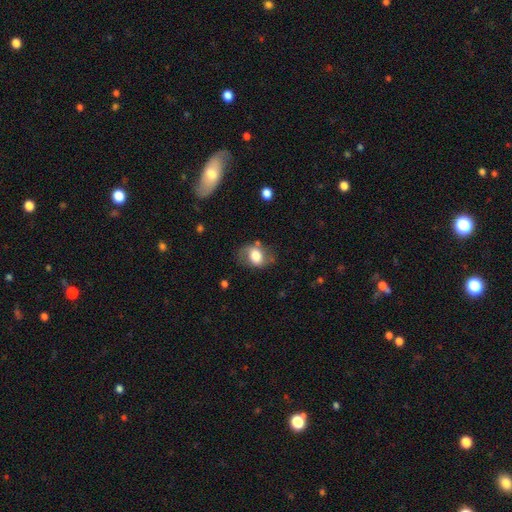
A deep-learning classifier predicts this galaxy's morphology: smooth_or_featured: smooth (p=0.63) [alt: featured or disk p=0.29]
how_rounded: in between (p=0.69) [alt: round p=0.30]
merging: none (p=0.62) [alt: minor disturbance p=0.24]